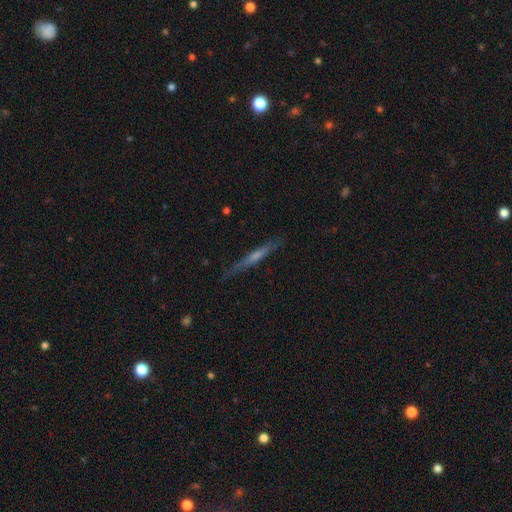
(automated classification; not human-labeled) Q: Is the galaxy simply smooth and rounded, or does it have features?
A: featured or disk — 59%.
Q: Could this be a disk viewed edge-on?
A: yes — 95%.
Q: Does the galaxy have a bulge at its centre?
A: none — 50%.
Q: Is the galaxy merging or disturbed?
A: none — 84%.